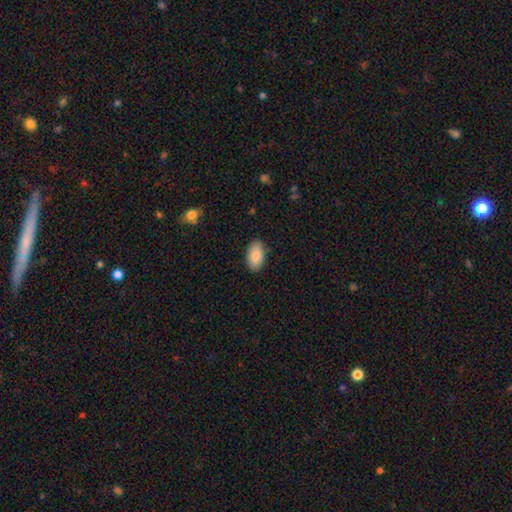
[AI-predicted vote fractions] This appears to be a smooth galaxy with no disk features (87%) that is in between round and cigar-shaped (95%). Merging: none (87%).